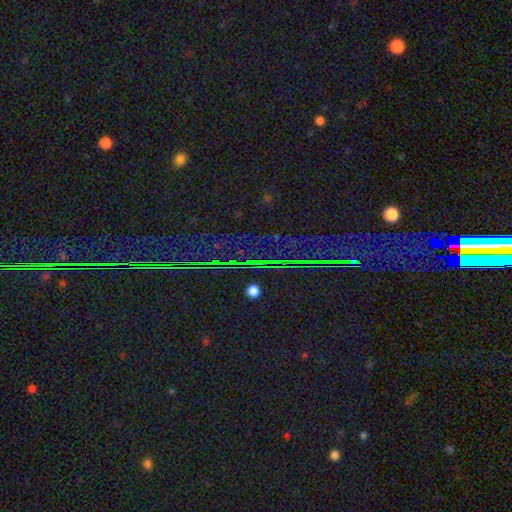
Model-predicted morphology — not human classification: Smooth or featured: star or artifact — 86% (smooth — 7%)